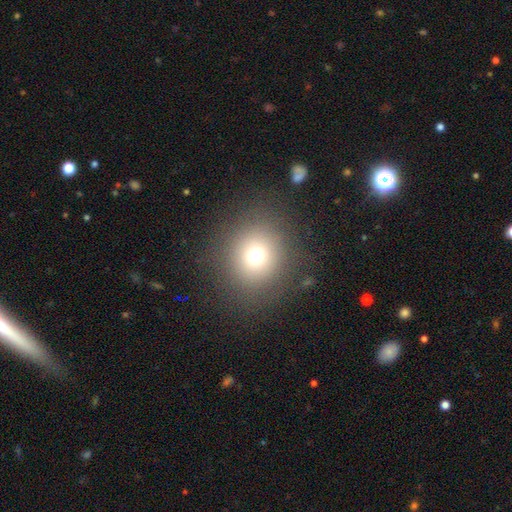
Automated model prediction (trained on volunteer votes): This is likely a smooth galaxy (71%). How rounded: clearly round (90%). Merging: clearly none (86%).